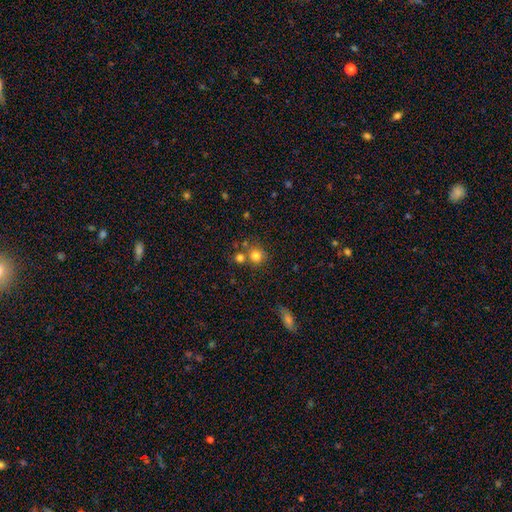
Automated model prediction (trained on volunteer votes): This appears to be a smooth galaxy with no disk features (79%) that is round (89%). Merging: none (64%).